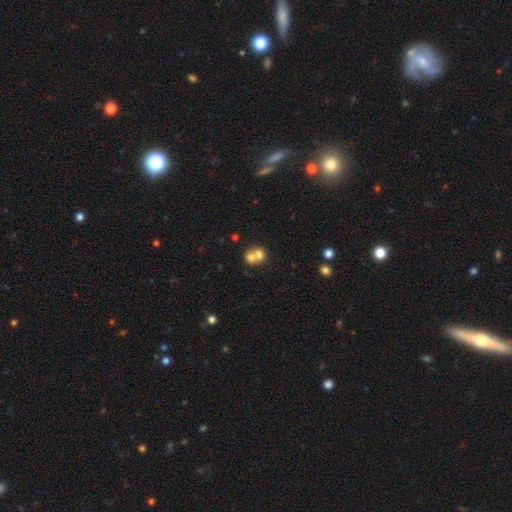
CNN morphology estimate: smooth_or_featured: smooth (p=0.69) [alt: featured or disk p=0.21]
how_rounded: round (p=0.70) [alt: in between p=0.29]
merging: merger (p=0.69) [alt: none p=0.24]